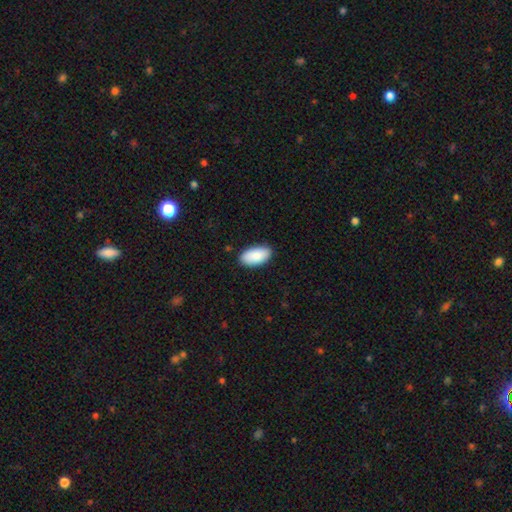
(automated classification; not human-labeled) The model was most divided on "merging": none: 86%, minor disturbance: 11%, major disturbance: 2%, merger: 1%. More confident: how rounded — in between (96%); smooth or featured — smooth (88%).